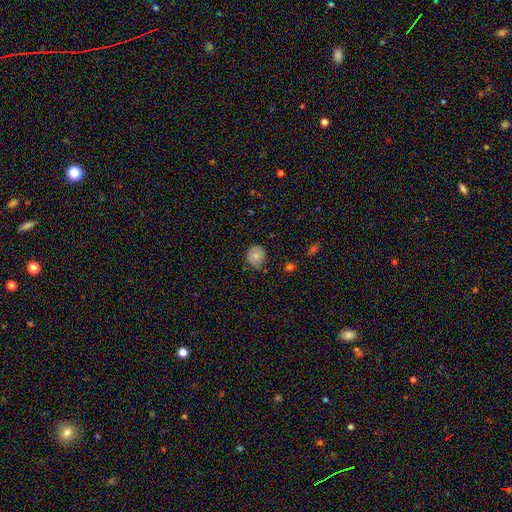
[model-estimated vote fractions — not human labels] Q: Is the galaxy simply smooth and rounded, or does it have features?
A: smooth — 79%.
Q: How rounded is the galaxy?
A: round — 78%.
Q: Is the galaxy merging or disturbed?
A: none — 73%.